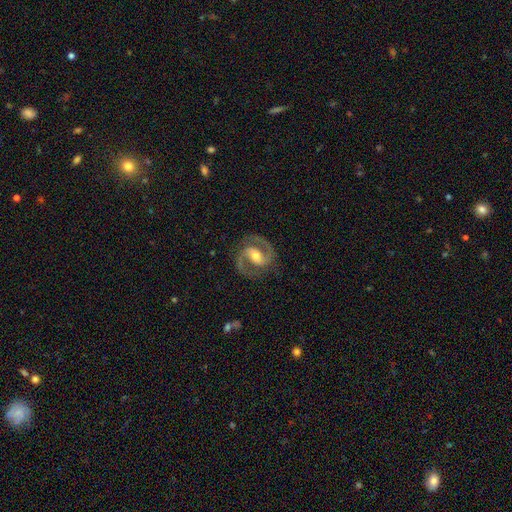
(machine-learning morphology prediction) Overall: featured or disk (91%). Edge-on disk: no (98%). Bar: weak (43%; strong 36%). Spiral arms: yes (98%). Spiral arm count: 2 (94%). Spiral winding: medium (64%; tight 24%). Bulge size: moderate (68%). Merging: none (84%).